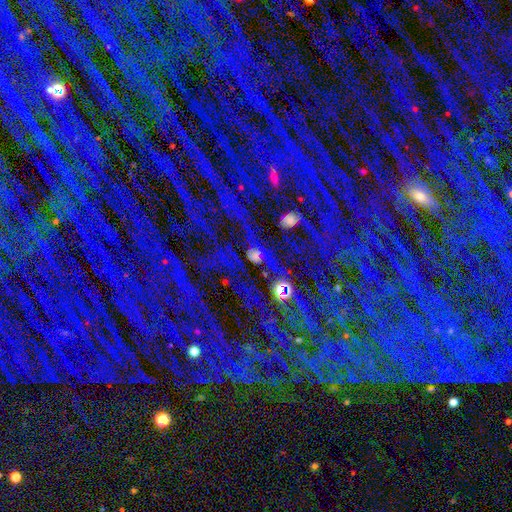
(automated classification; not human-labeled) A star or artifact, not a galaxy (57%).

Vote fractions:
- Smooth or featured? star or artifact: 57% / smooth: 23% / featured or disk: 20%